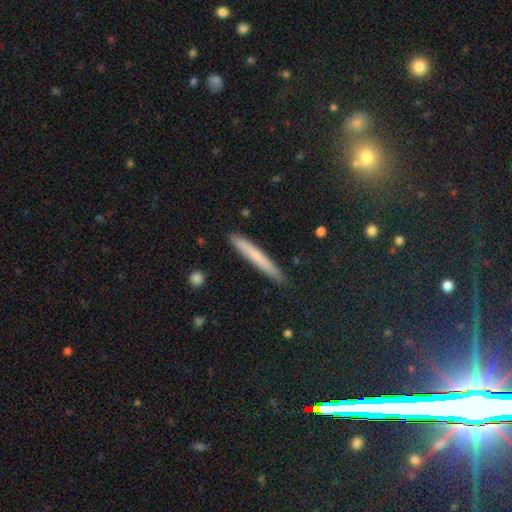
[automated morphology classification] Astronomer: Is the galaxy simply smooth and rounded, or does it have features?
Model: smooth — 68%.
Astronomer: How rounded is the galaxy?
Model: cigar-shaped — 96%.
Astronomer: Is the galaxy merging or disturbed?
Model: none — 89%.